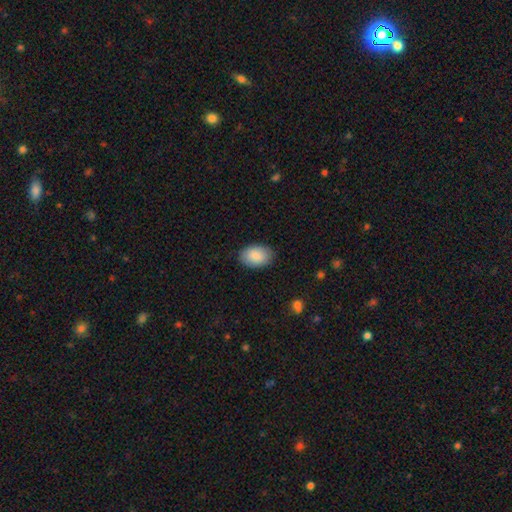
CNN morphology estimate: This is clearly a smooth galaxy (88%). How rounded: clearly in between (89%). Merging: clearly none (86%).